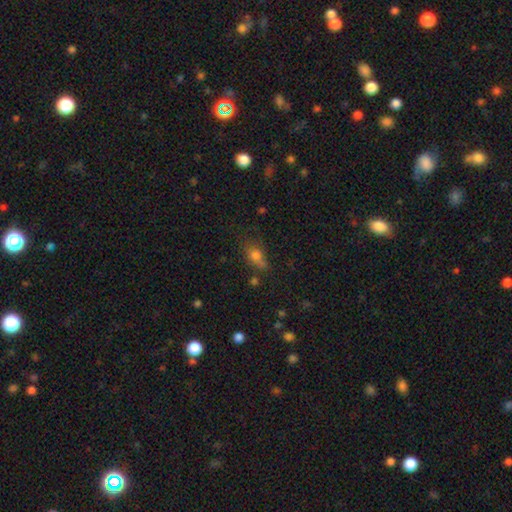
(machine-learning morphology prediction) Overall: smooth (73%). How rounded: in between (64%; round 30%). Merging: none (48%; minor disturbance 27%).